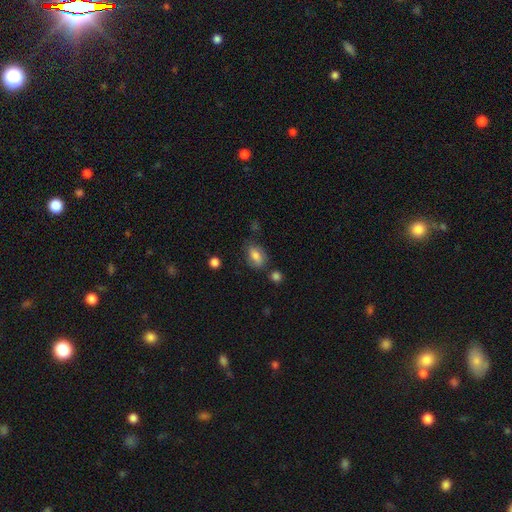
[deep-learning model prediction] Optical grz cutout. It shows a smooth galaxy with no disk features (74%) that is in between round and cigar-shaped (84%). Merging: none (62%).